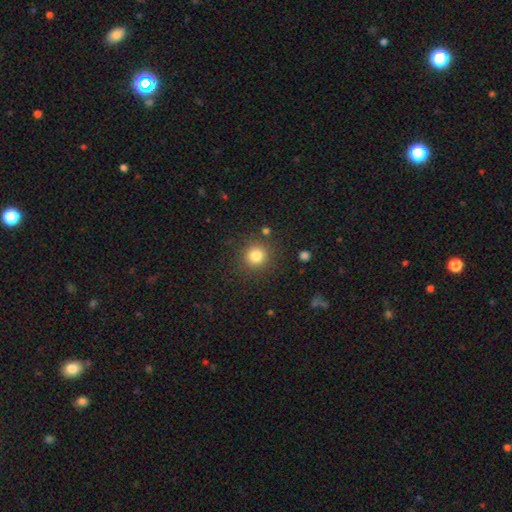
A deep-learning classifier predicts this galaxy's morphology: Smooth or featured? smooth (82%)
How rounded? round (93%)
Merging? none (87%)